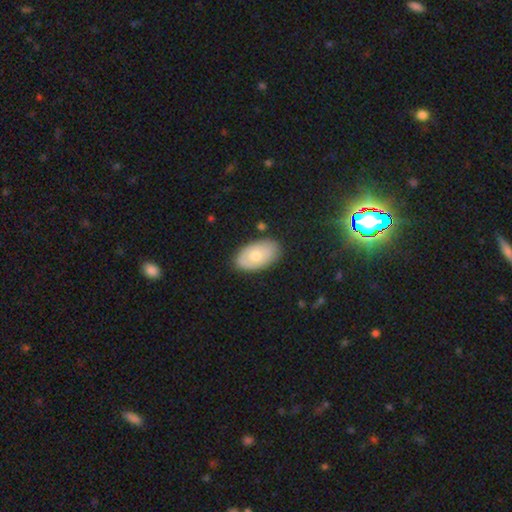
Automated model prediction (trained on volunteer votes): Morphology: type=smooth (67%); roundness=in between (94%); merging=none (79%).